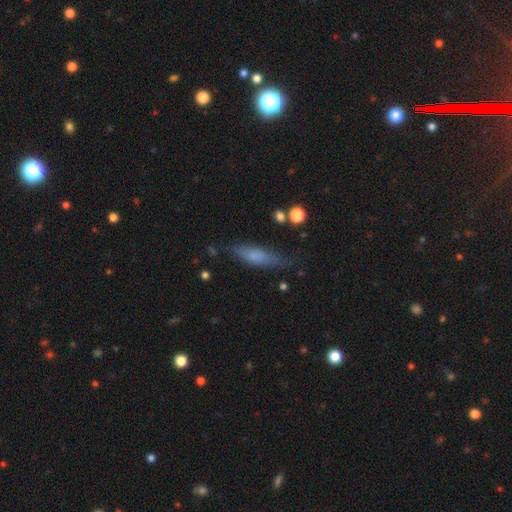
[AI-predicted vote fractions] Overall: smooth (65%; featured or disk 26%). How rounded: cigar-shaped (60%; in between 37%). Merging: none (67%).